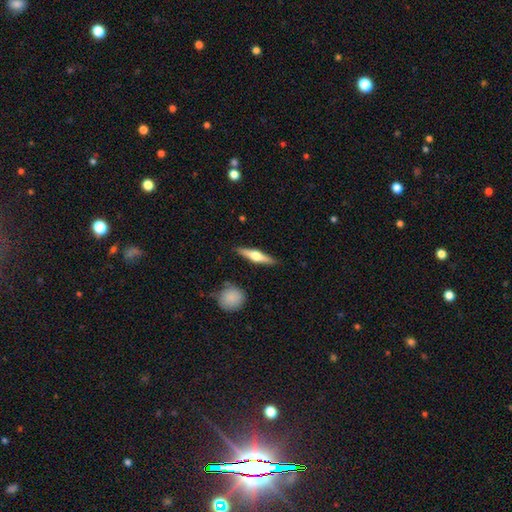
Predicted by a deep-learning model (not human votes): smooth_or_featured: featured or disk (p=0.61) [alt: smooth p=0.34]
disk_edge_on: yes (p=0.96) [alt: no p=0.04]
edge_on_bulge: rounded (p=0.94) [alt: boxy p=0.04]
merging: none (p=0.89) [alt: minor disturbance p=0.08]